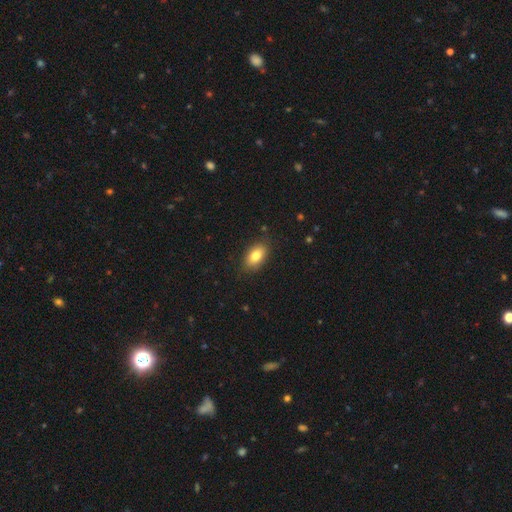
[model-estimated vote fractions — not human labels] Q: Smooth or featured?
A: smooth (81%); runner-up: featured or disk (11%)
Q: How rounded?
A: in between (90%); runner-up: round (7%)
Q: Merging?
A: none (86%); runner-up: minor disturbance (11%)